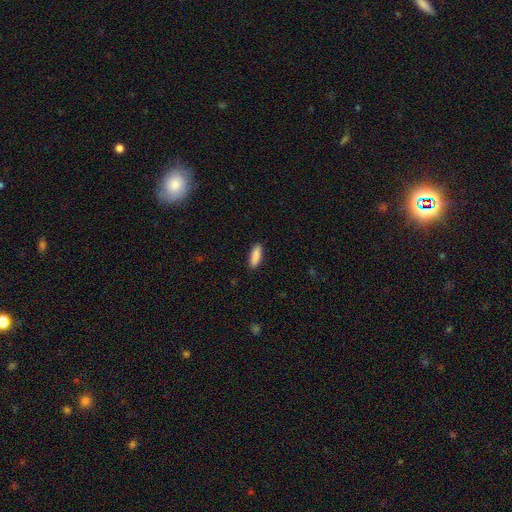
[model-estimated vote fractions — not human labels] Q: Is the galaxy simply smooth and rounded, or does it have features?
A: smooth — 89%.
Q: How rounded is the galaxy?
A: in between — 62%.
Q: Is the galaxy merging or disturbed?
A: none — 89%.